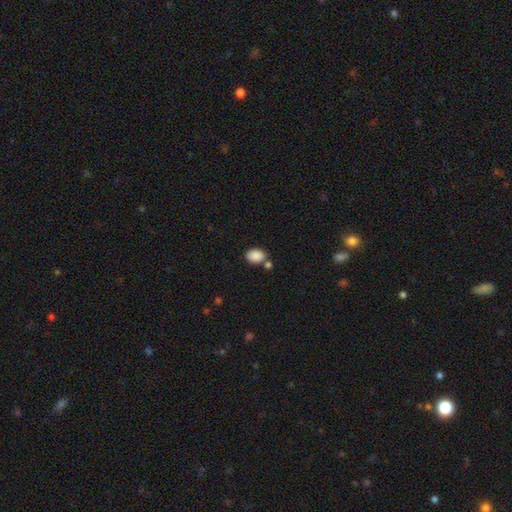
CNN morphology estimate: Smooth or featured: smooth — 88% (star or artifact — 8%)
How rounded: in between — 81% (round — 18%)
Merging: none — 69% (merger — 16%)